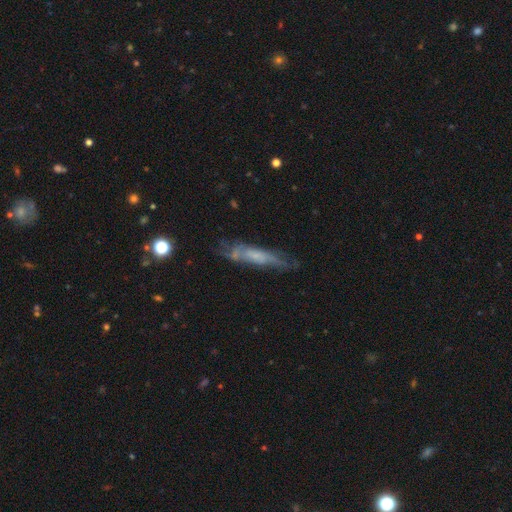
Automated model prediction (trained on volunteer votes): This appears to be a featured or disk galaxy (53%). Merging: none (54%).